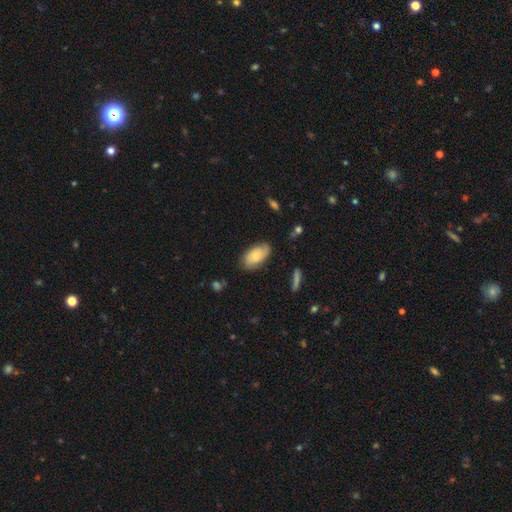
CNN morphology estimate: The model was most divided on "smooth or featured": smooth: 62%, featured or disk: 31%, star or artifact: 7%. More confident: how rounded — in between (94%); merging — none (72%).